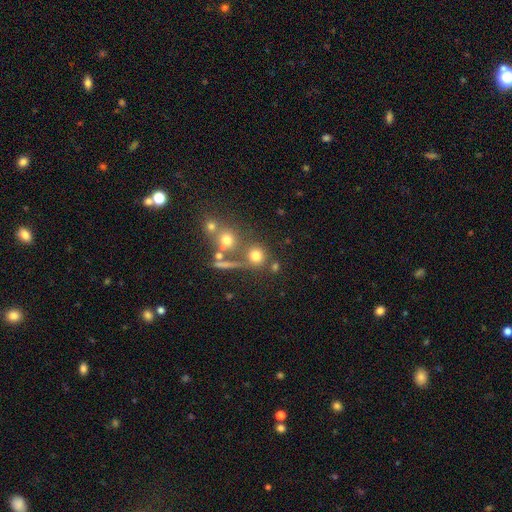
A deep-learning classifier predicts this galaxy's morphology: Smooth or featured: smooth — 72% (star or artifact — 16%)
How rounded: round — 89% (in between — 9%)
Merging: none — 62% (merger — 22%)